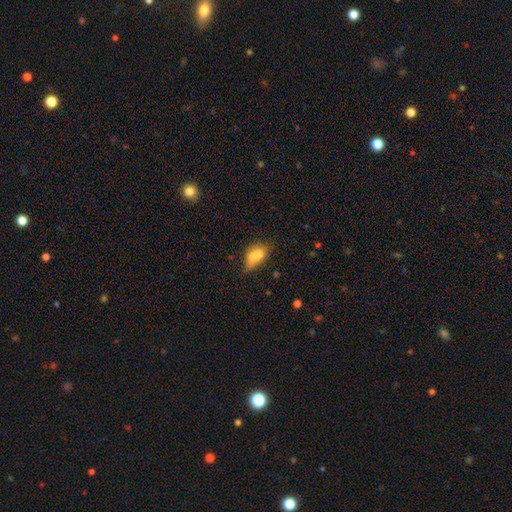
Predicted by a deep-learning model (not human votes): Overall: smooth (67%). How rounded: in between (69%). Merging: merger (60%; none 24%).